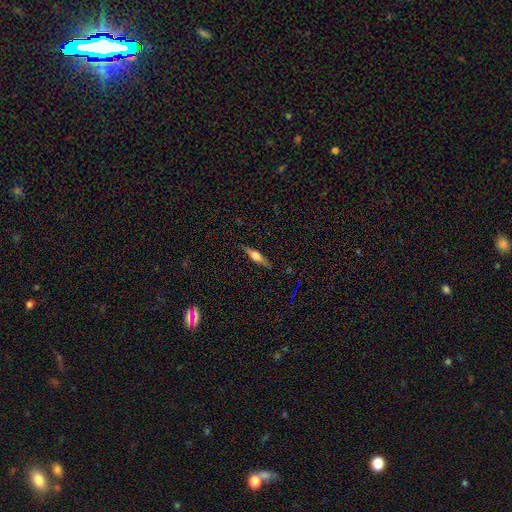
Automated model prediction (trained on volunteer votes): Smooth or featured: featured or disk — 59% (smooth — 33%)
Edge-on disk: yes — 95% (no — 5%)
Edge-on bulge: rounded — 91% (boxy — 7%)
Merging: none — 87% (minor disturbance — 9%)